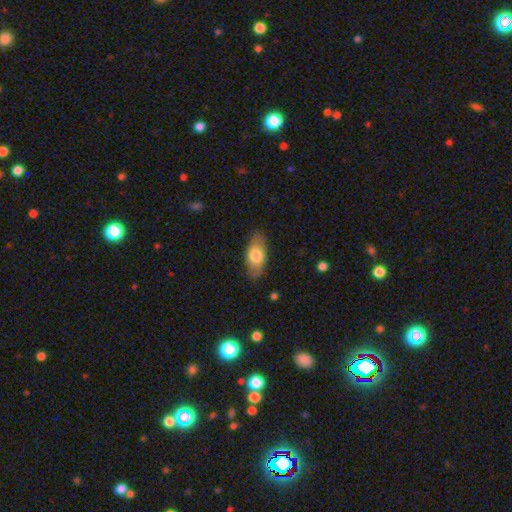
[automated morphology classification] type=smooth (72%); roundness=in between (89%); merging=none (81%).